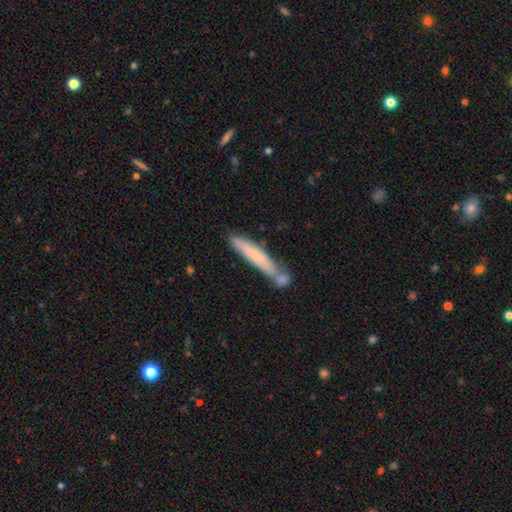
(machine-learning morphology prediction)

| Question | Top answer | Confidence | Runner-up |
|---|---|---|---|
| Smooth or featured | smooth | 58% | featured or disk (36%) |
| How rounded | cigar-shaped | 92% | in between (7%) |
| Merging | none | 53% | merger (28%) |